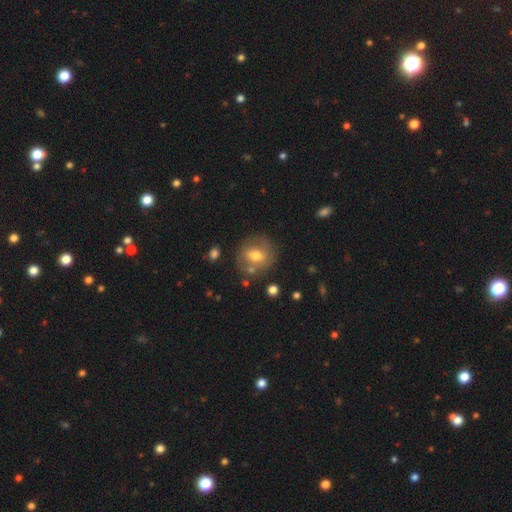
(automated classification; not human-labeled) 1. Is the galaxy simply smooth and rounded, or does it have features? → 53% smooth, 37% featured or disk, 10% star or artifact.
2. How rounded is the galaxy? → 80% round, 19% in between, 1% cigar-shaped.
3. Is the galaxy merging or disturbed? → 74% none, 15% minor disturbance, 6% merger, 5% major disturbance.